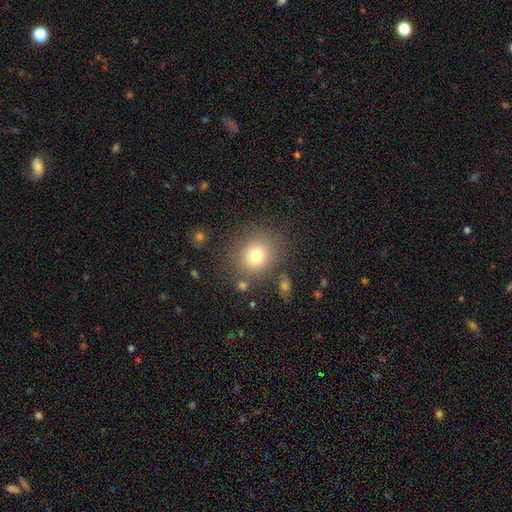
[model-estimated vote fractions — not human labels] Smooth or featured: smooth — 76% (star or artifact — 14%)
How rounded: round — 81% (in between — 18%)
Merging: none — 81% (minor disturbance — 10%)